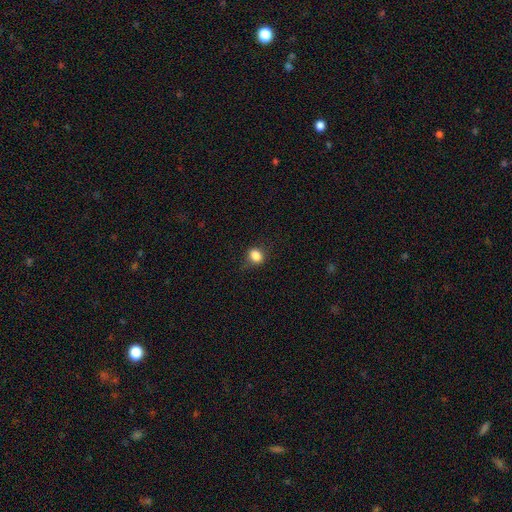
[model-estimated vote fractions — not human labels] The model was most divided on "how rounded": round: 60%, in between: 38%, cigar-shaped: 1%. More confident: smooth or featured — smooth (85%); merging — none (75%).